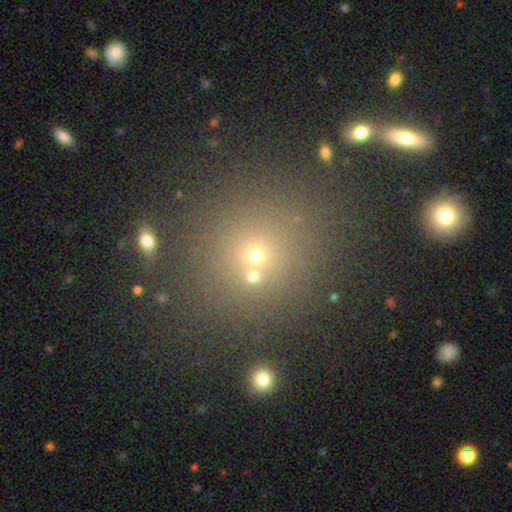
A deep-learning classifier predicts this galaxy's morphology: Smooth or featured? smooth (60%)
How rounded? round (84%)
Merging? none (76%)